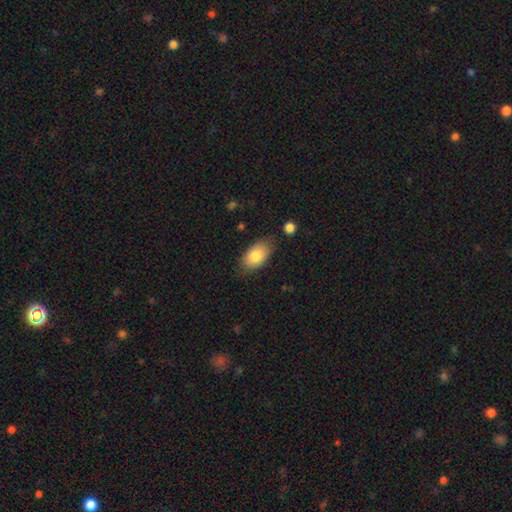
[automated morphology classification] A smooth galaxy with no disk features (81%) that is in between round and cigar-shaped (93%).

Vote fractions:
- Smooth or featured? smooth: 81% / featured or disk: 12% / star or artifact: 6%
- How rounded? in between: 93% / round: 5% / cigar-shaped: 2%
- Merging? none: 77% / minor disturbance: 17% / major disturbance: 4% / merger: 2%